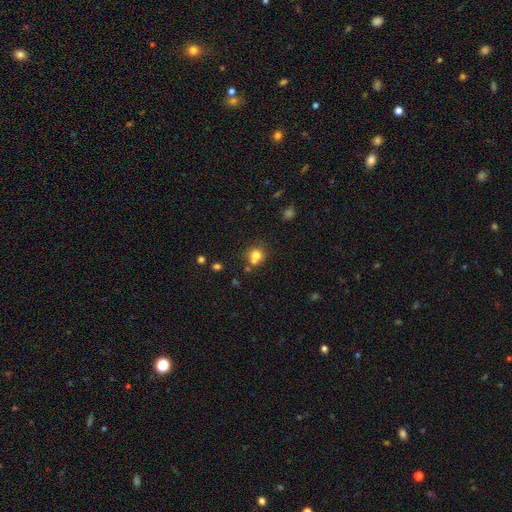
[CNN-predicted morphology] Q: Smooth or featured?
A: smooth (75%); runner-up: star or artifact (13%)
Q: How rounded?
A: round (83%); runner-up: in between (16%)
Q: Merging?
A: none (51%); runner-up: merger (35%)